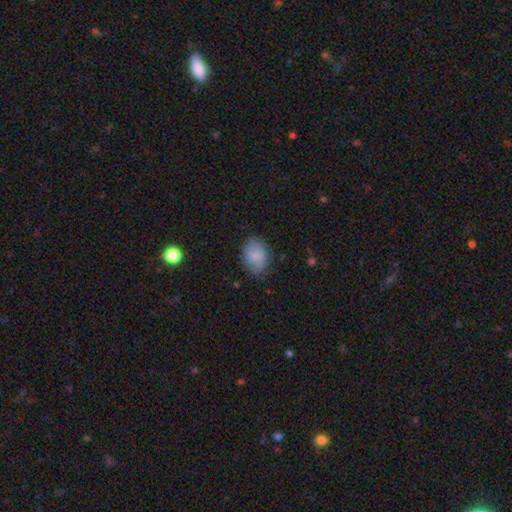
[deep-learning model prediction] This is clearly a smooth galaxy (81%). How rounded: likely in between (67%). Merging: likely none (73%).